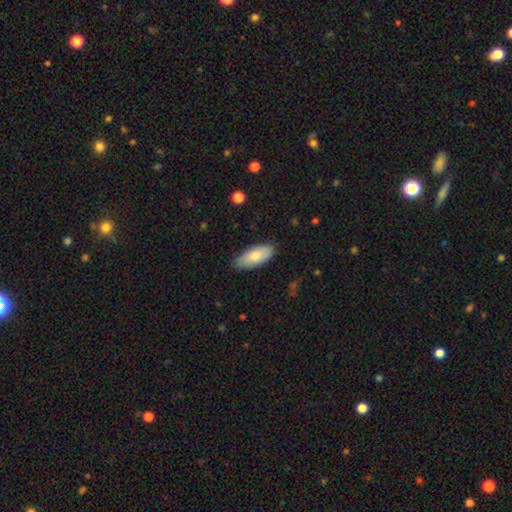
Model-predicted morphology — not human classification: Q: Smooth or featured?
A: smooth (77%); runner-up: featured or disk (18%)
Q: How rounded?
A: in between (86%); runner-up: cigar-shaped (12%)
Q: Merging?
A: none (78%); runner-up: minor disturbance (18%)